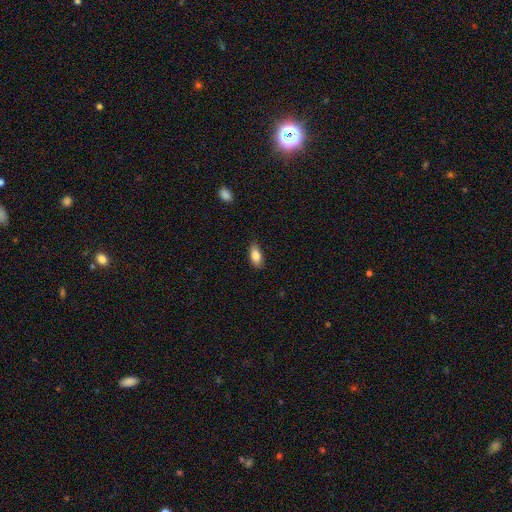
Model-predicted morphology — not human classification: A smooth galaxy with no disk features (84%) that is in between round and cigar-shaped (88%).

Vote fractions:
- Smooth or featured? smooth: 84% / featured or disk: 9% / star or artifact: 7%
- How rounded? in between: 88% / cigar-shaped: 8% / round: 4%
- Merging? none: 83% / minor disturbance: 13% / major disturbance: 2% / merger: 1%